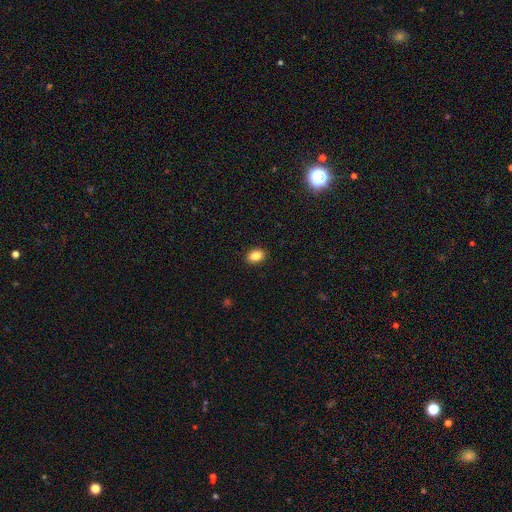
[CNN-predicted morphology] Smooth or featured? smooth (86%)
How rounded? in between (78%)
Merging? none (90%)